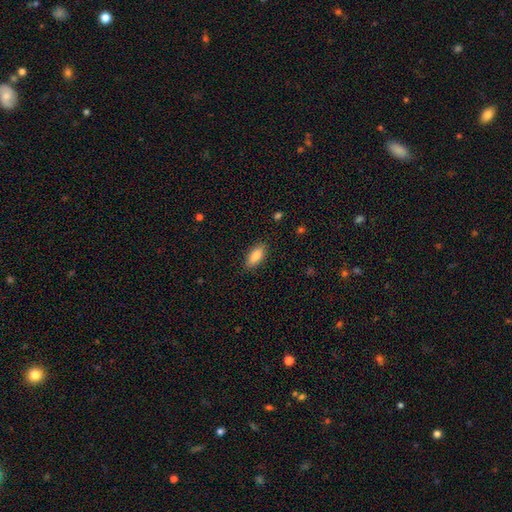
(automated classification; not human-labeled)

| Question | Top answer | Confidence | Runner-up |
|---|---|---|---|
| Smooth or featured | smooth | 84% | featured or disk (9%) |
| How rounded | in between | 83% | cigar-shaped (14%) |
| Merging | none | 87% | minor disturbance (10%) |